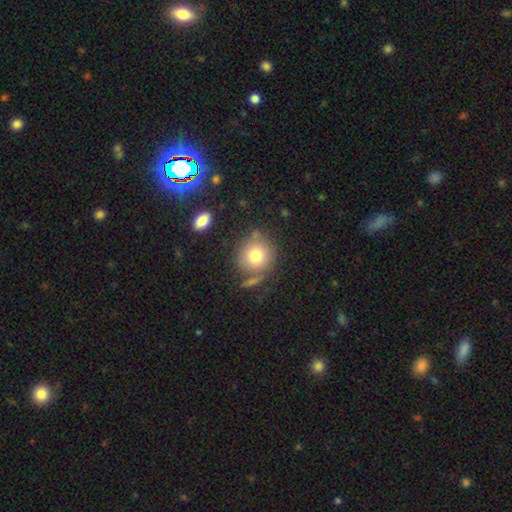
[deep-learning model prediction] Smooth or featured?
  - smooth: 76% *
  - featured or disk: 13%
  - star or artifact: 10%
How rounded?
  - round: 89% *
  - in between: 10%
  - cigar-shaped: 1%
Merging?
  - none: 70% *
  - minor disturbance: 13%
  - merger: 11%
  - major disturbance: 5%